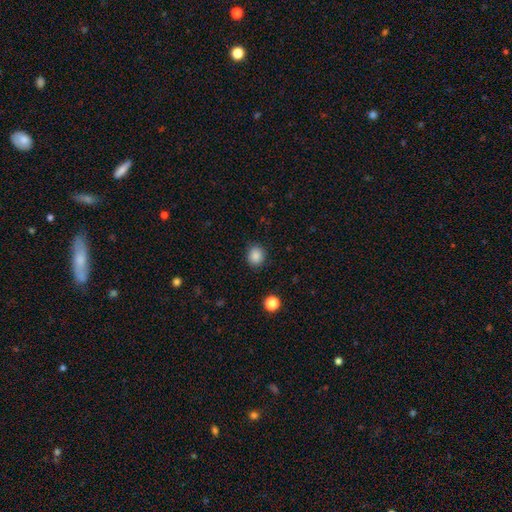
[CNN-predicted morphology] Smooth or featured?
  - smooth: 87% *
  - star or artifact: 10%
  - featured or disk: 3%
How rounded?
  - round: 75% *
  - in between: 24%
  - cigar-shaped: 1%
Merging?
  - none: 87% *
  - minor disturbance: 9%
  - major disturbance: 3%
  - merger: 1%